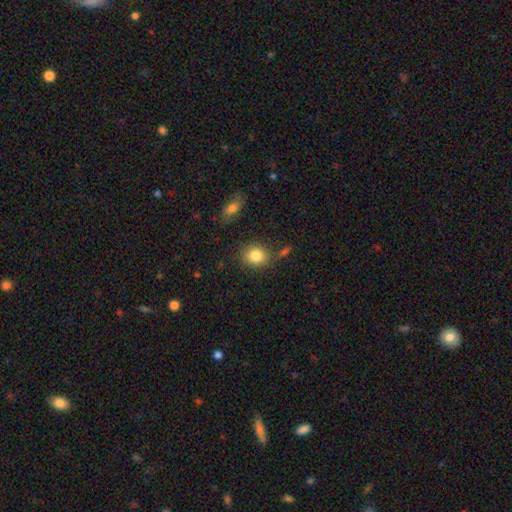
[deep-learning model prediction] This appears to be a smooth galaxy with no disk features (83%) that is round (66%). Merging: none (77%).